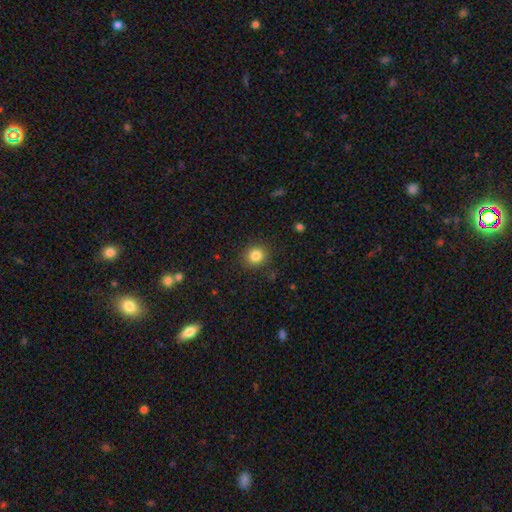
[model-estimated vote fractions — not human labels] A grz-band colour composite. It shows a smooth galaxy with no disk features (84%) that is round (82%). Merging: none (88%).